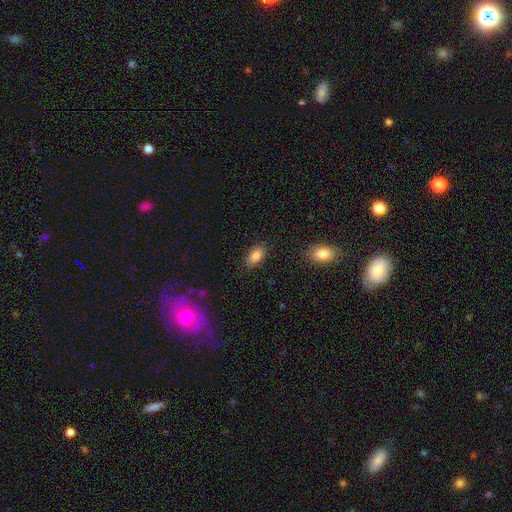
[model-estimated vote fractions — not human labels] smooth_or_featured: smooth (p=0.85) [alt: star or artifact p=0.08]
how_rounded: in between (p=0.90) [alt: round p=0.06]
merging: none (p=0.84) [alt: minor disturbance p=0.11]